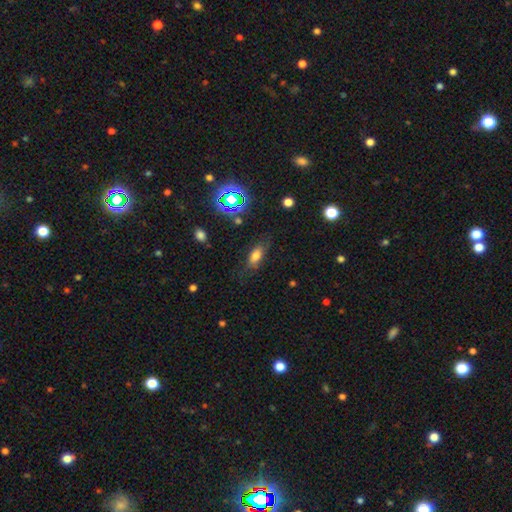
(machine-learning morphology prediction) Smooth or featured: smooth — 67% (featured or disk — 17%)
How rounded: in between — 78% (cigar-shaped — 17%)
Merging: none — 71% (minor disturbance — 19%)